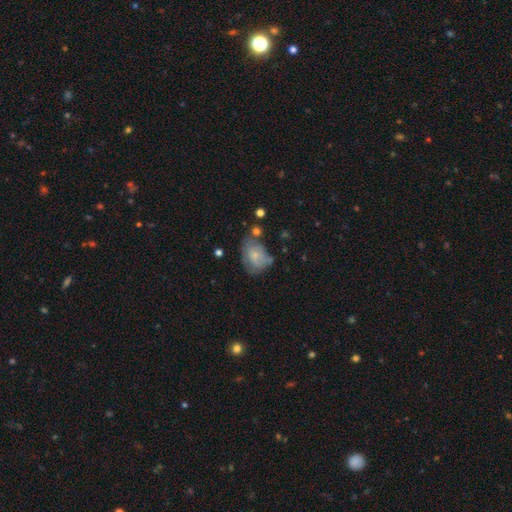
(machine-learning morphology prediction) Smooth or featured? Predicted: smooth (p=0.57). How rounded? Predicted: in between (p=0.67). Merging? Predicted: none (p=0.38).